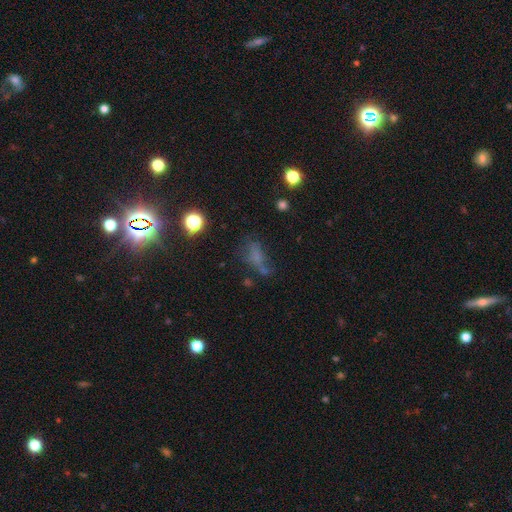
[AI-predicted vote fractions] A smooth galaxy with no disk features (52%) that is in between round and cigar-shaped (70%).

Vote fractions:
- Smooth or featured? smooth: 52% / star or artifact: 26% / featured or disk: 22%
- How rounded? in between: 70% / round: 16% / cigar-shaped: 14%
- Merging? none: 37% / major disturbance: 31% / minor disturbance: 22% / merger: 11%